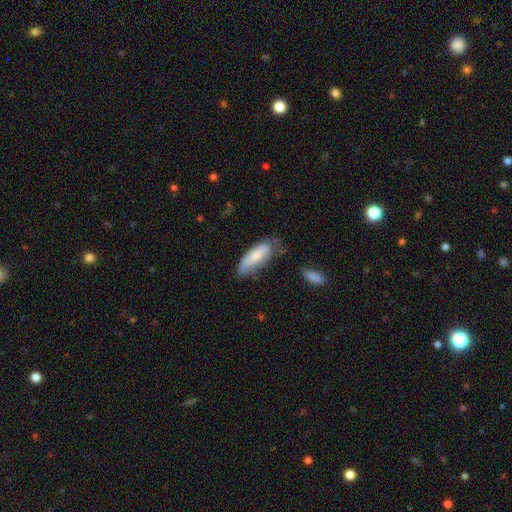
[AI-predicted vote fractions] smooth-or-featured: smooth: 70% | featured or disk: 24% | star or artifact: 6%
  how-rounded: in between: 69% | cigar-shaped: 30% | round: 2%
  merging: none: 44% | minor disturbance: 37% | major disturbance: 15% | merger: 4%